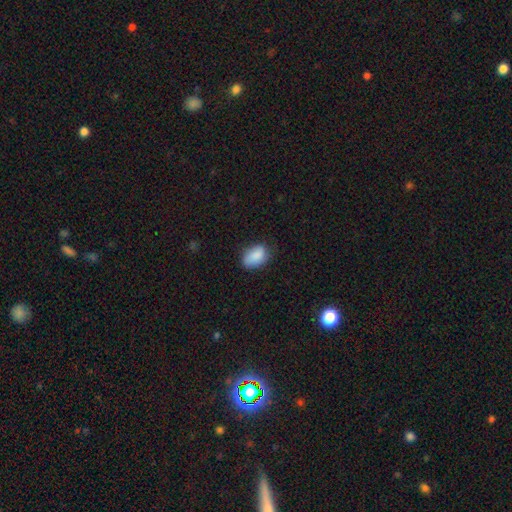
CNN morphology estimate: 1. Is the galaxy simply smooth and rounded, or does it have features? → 87% smooth, 7% star or artifact, 6% featured or disk.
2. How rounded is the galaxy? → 86% in between, 12% round, 1% cigar-shaped.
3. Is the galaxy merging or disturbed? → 71% none, 23% minor disturbance, 5% major disturbance, 1% merger.